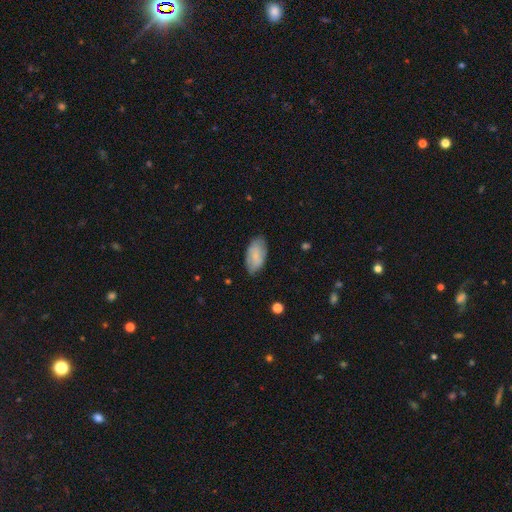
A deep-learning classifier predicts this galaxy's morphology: Overall: smooth (68%). How rounded: in between (94%). Merging: none (79%).